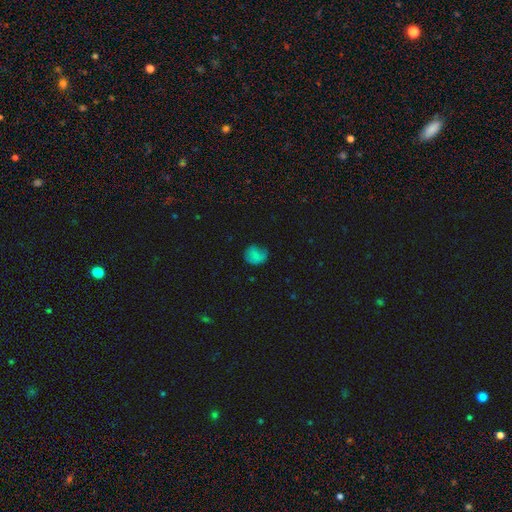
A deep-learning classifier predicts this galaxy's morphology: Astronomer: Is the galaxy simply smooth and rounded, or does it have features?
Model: smooth — 72%.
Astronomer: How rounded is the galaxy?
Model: round — 70%.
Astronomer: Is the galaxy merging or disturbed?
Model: none — 52% (runner-up: minor disturbance, 30%).